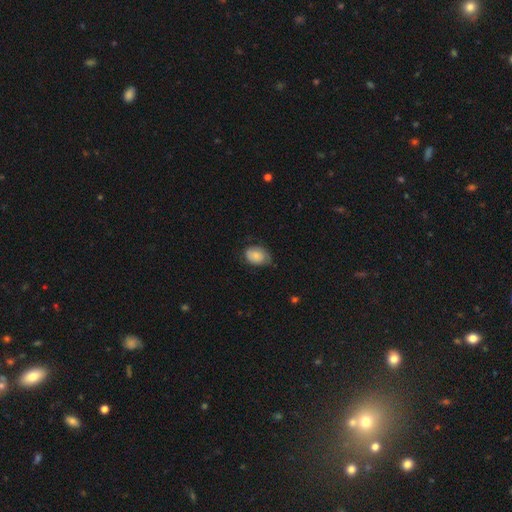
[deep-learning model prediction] The model was most divided on "merging": none: 59%, minor disturbance: 31%, major disturbance: 8%, merger: 1%. More confident: how rounded — in between (77%); smooth or featured — smooth (76%).